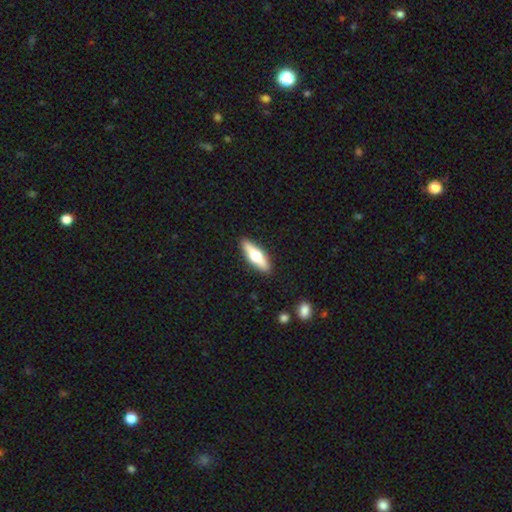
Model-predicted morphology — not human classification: A smooth galaxy with no disk features (53%) that is cigar-shaped (51%). Merging: none (90%).